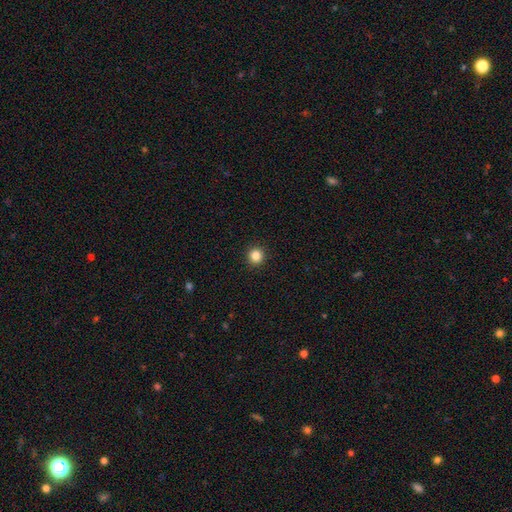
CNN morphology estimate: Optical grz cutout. It shows a smooth galaxy with no disk features (84%) that is round (95%). Merging: none (93%).